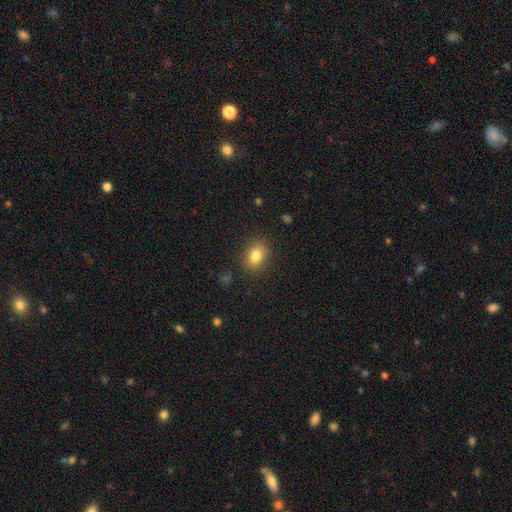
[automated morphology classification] smooth-or-featured: smooth: 82% | star or artifact: 10% | featured or disk: 8%
  how-rounded: in between: 60% | round: 39% | cigar-shaped: 1%
  merging: none: 85% | minor disturbance: 10% | major disturbance: 3% | merger: 1%